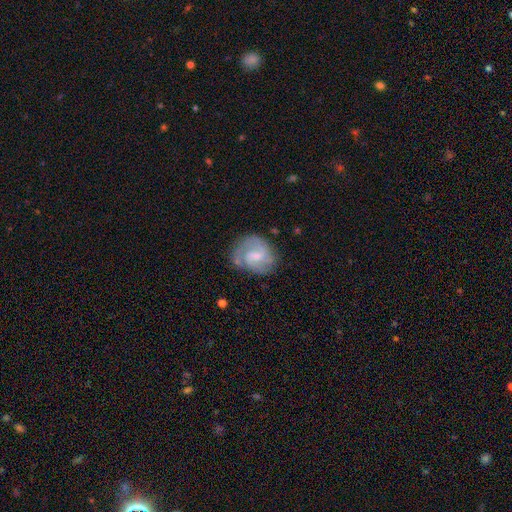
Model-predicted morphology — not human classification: type=featured or disk (73%); edge-on=no (98%); bar=weak (57%); spiral arms=yes (91%); winding=medium (49%); arm count=2 (67%); bulge=small (59%); merging=none (64%).